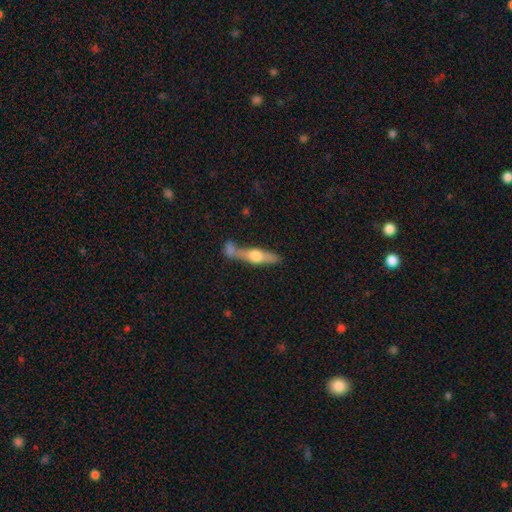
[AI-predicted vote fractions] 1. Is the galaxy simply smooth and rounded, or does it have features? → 56% featured or disk, 38% smooth, 6% star or artifact.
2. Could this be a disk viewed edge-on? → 89% yes, 11% no.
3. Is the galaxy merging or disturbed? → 56% none, 24% merger, 15% minor disturbance, 6% major disturbance.